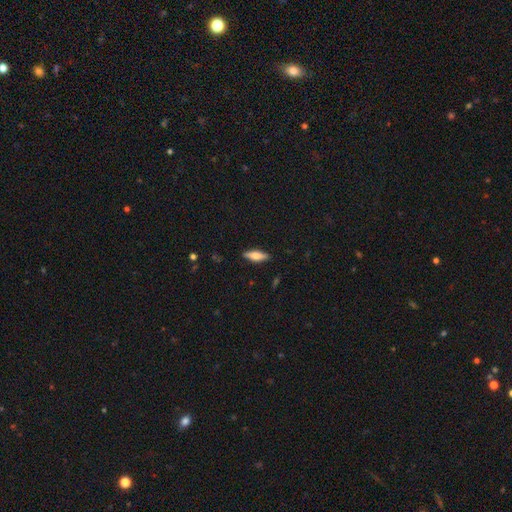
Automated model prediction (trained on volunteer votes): Smooth or featured? Predicted: smooth (p=0.55). How rounded? Predicted: cigar-shaped (p=0.54). Merging? Predicted: none (p=0.89).